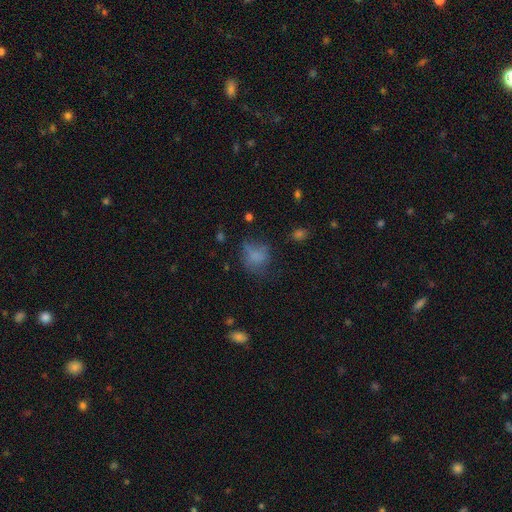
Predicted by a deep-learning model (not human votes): A smooth galaxy with no disk features (69%) that is round (55%).

Vote fractions:
- Smooth or featured? smooth: 69% / featured or disk: 16% / star or artifact: 15%
- How rounded? round: 55% / in between: 44% / cigar-shaped: 2%
- Merging? none: 43% / minor disturbance: 28% / major disturbance: 25% / merger: 4%